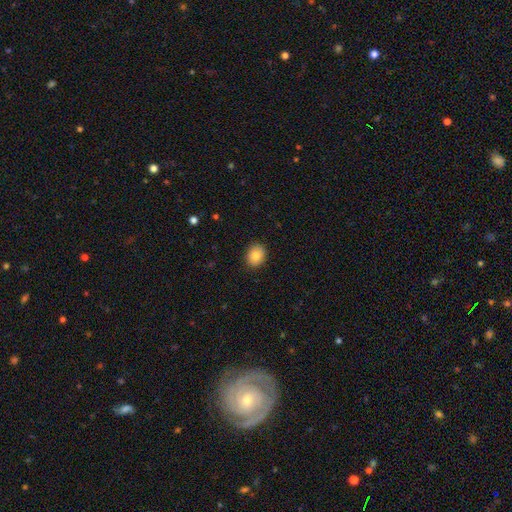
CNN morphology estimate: Overall: smooth (84%). How rounded: round (53%; in between 46%). Merging: none (89%).